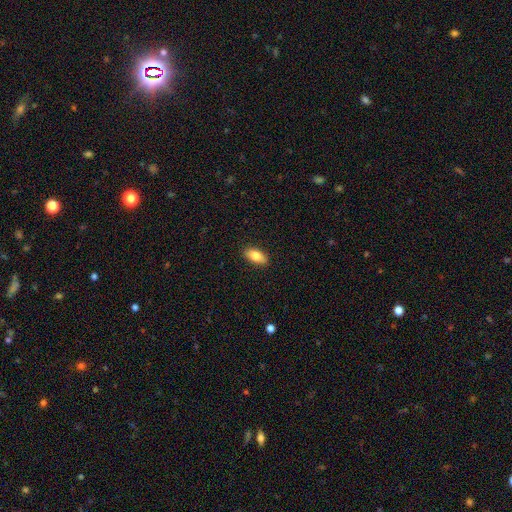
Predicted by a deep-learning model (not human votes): Overall: smooth (83%). How rounded: in between (90%). Merging: none (89%).